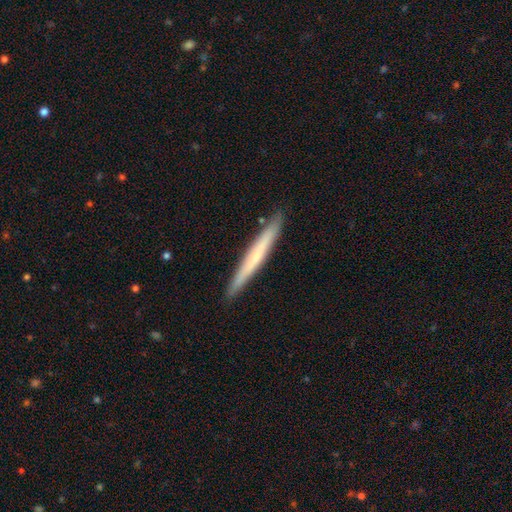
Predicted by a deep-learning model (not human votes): The model was most divided on "smooth or featured": smooth: 53%, featured or disk: 42%, star or artifact: 5%. More confident: how rounded — cigar-shaped (97%); merging — none (90%).